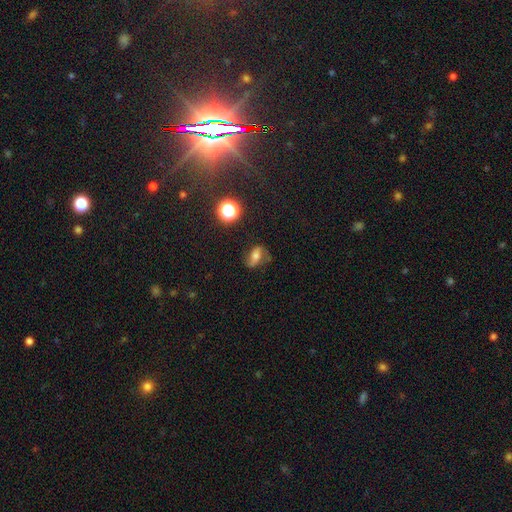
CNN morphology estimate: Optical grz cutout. It shows a featured or disk galaxy (44%). Merging: none (65%).